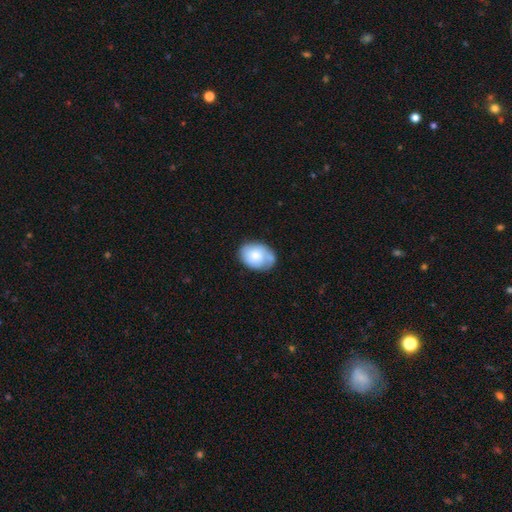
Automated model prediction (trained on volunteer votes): Overall: smooth (65%; featured or disk 28%). How rounded: in between (70%). Merging: none (59%; minor disturbance 29%).